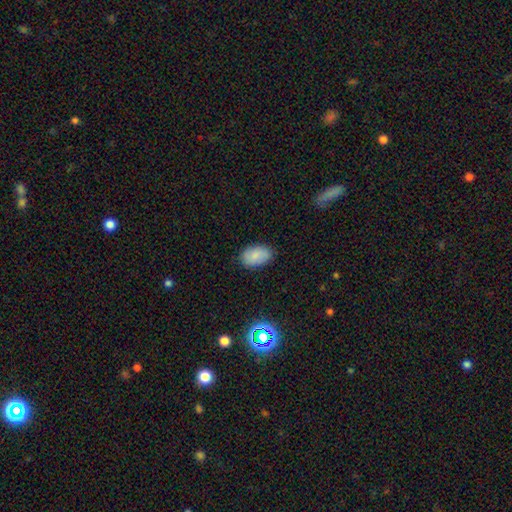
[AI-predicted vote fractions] Smooth or featured?
  - smooth: 78% *
  - featured or disk: 13%
  - star or artifact: 9%
How rounded?
  - in between: 91% *
  - round: 8%
  - cigar-shaped: 1%
Merging?
  - none: 82% *
  - minor disturbance: 14%
  - major disturbance: 3%
  - merger: 1%